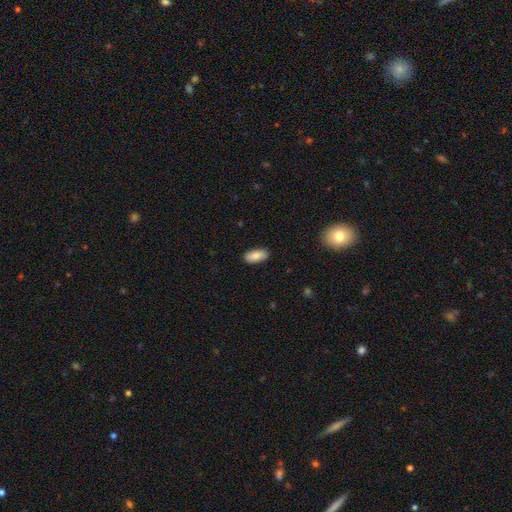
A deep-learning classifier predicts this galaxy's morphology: smooth 85%, featured or disk 9%, star or artifact 7%. Down the decision tree: how rounded — in between (90%); merging — none (88%).